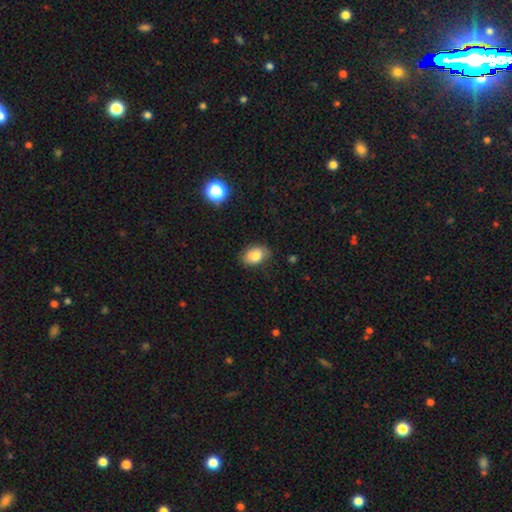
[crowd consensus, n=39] A smooth galaxy with no disk features (95%) that is in between round and cigar-shaped (97%). Merging: none (70%).